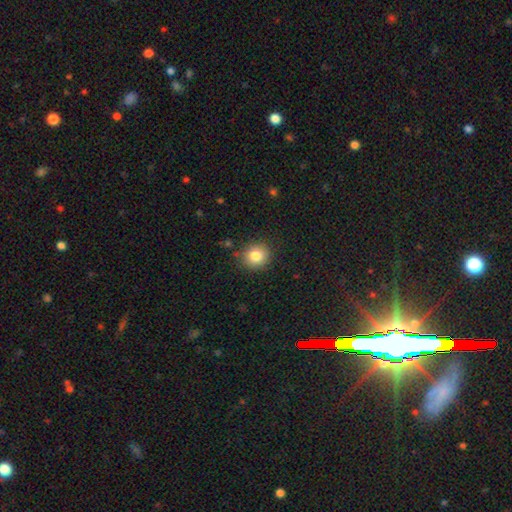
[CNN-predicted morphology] The model was most divided on "how rounded": round: 84%, in between: 16%, cigar-shaped: 1%. More confident: merging — none (87%); smooth or featured — smooth (84%).